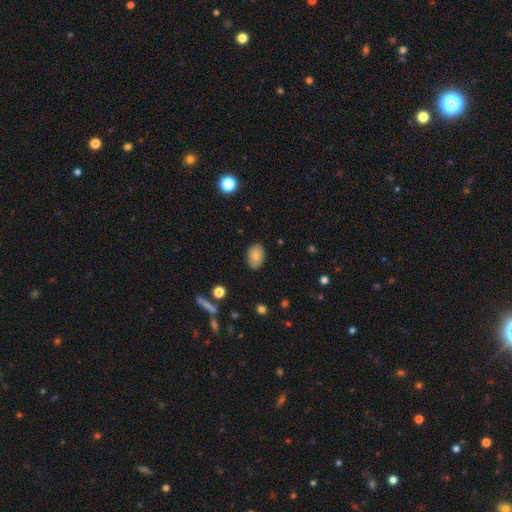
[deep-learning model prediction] Smooth or featured?
  - smooth: 82% *
  - featured or disk: 10%
  - star or artifact: 8%
How rounded?
  - in between: 86% *
  - round: 13%
  - cigar-shaped: 1%
Merging?
  - none: 85% *
  - minor disturbance: 11%
  - major disturbance: 3%
  - merger: 1%